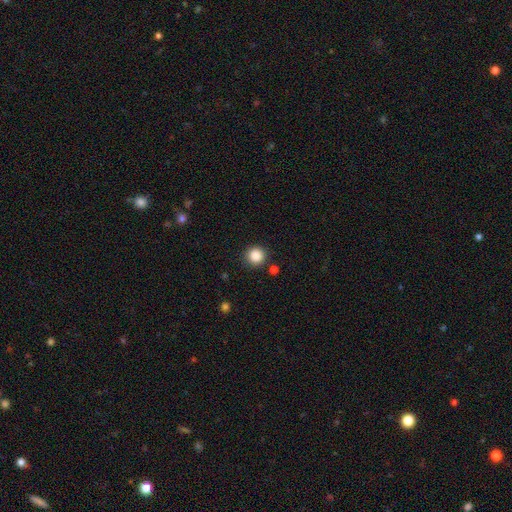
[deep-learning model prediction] Smooth or featured: smooth — 86% (star or artifact — 10%)
How rounded: round — 94% (in between — 5%)
Merging: none — 89% (minor disturbance — 6%)